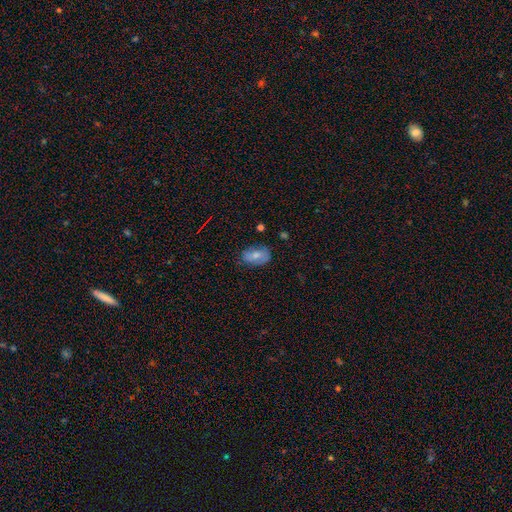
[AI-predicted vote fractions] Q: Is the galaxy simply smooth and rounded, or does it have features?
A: smooth — 69%.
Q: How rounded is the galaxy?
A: in between — 89%.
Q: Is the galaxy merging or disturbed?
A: none — 71%.